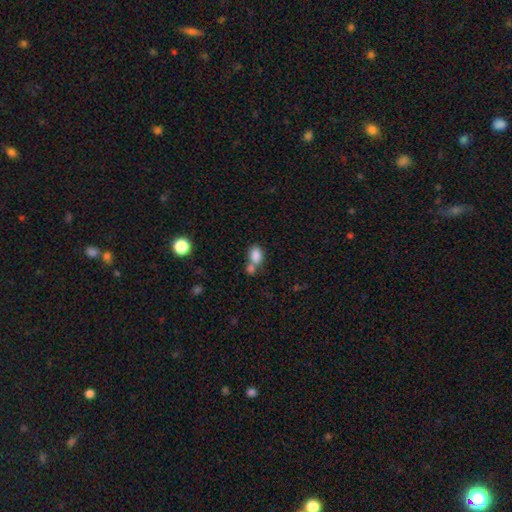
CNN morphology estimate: The model was most divided on "merging": merger: 46%, none: 39%, minor disturbance: 10%, major disturbance: 5%. More confident: smooth or featured — smooth (83%); how rounded — in between (77%).